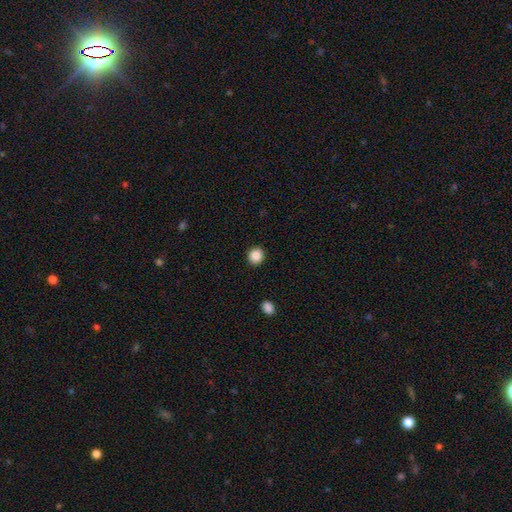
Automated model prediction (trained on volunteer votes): The model was most divided on "how rounded": round: 88%, in between: 11%, cigar-shaped: 1%. More confident: merging — none (92%); smooth or featured — smooth (87%).